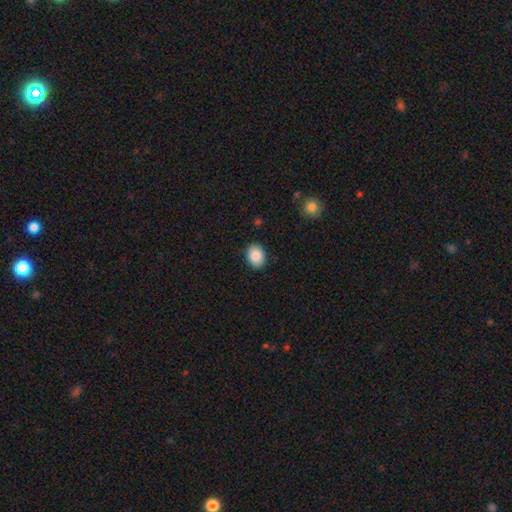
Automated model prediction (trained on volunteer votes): Smooth or featured: smooth — 87% (star or artifact — 7%)
How rounded: in between — 67% (round — 32%)
Merging: none — 89% (minor disturbance — 8%)